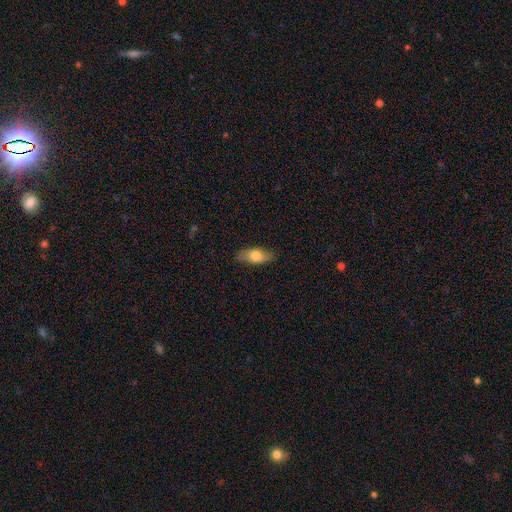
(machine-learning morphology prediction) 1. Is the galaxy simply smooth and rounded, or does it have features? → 71% smooth, 23% featured or disk, 6% star or artifact.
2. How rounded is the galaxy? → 81% in between, 16% cigar-shaped, 4% round.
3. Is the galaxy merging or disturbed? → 83% none, 13% minor disturbance, 3% major disturbance, 1% merger.